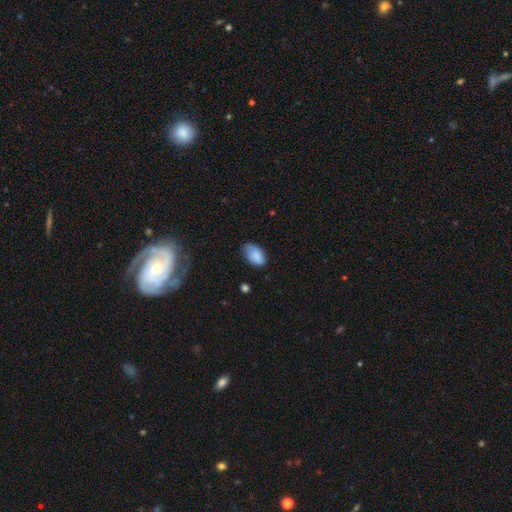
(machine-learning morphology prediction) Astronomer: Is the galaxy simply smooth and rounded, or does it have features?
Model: smooth — 83%.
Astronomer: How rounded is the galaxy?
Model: in between — 92%.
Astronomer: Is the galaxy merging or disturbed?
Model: none — 62%.